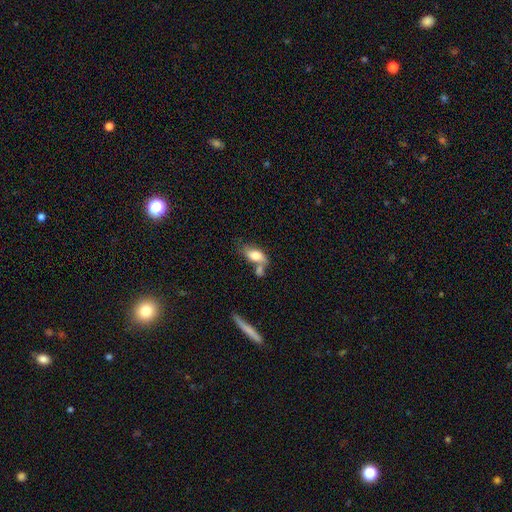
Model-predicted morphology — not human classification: Smooth or featured? Predicted: smooth (p=0.72). How rounded? Predicted: in between (p=0.86). Merging? Predicted: merger (p=0.38).